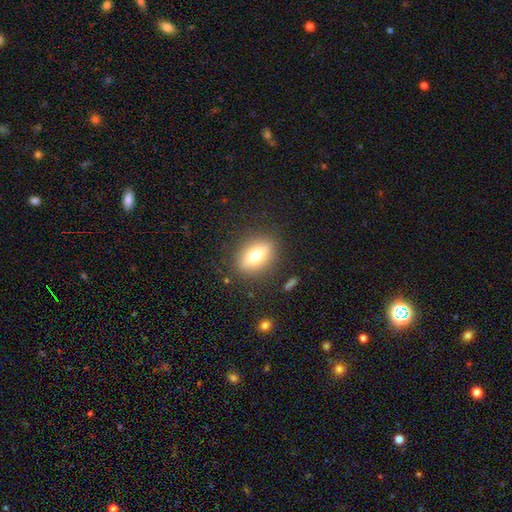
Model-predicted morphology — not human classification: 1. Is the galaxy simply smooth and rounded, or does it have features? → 52% smooth, 39% featured or disk, 9% star or artifact.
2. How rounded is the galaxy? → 67% in between, 19% round, 14% cigar-shaped.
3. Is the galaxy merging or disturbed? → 85% none, 10% minor disturbance, 4% major disturbance, 1% merger.